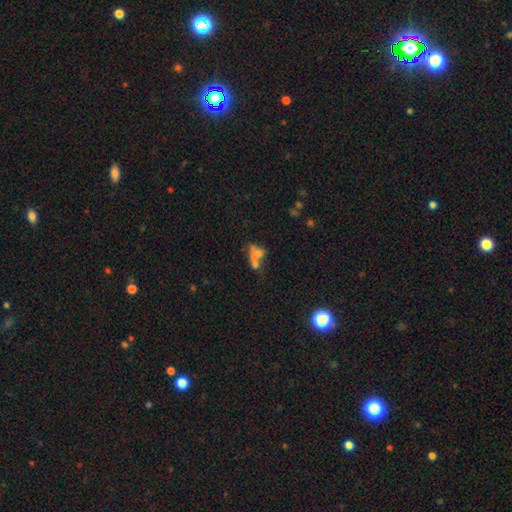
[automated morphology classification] Overall: smooth (50%; featured or disk 31%). How rounded: in between (60%; round 28%). Merging: merger (54%; none 24%).